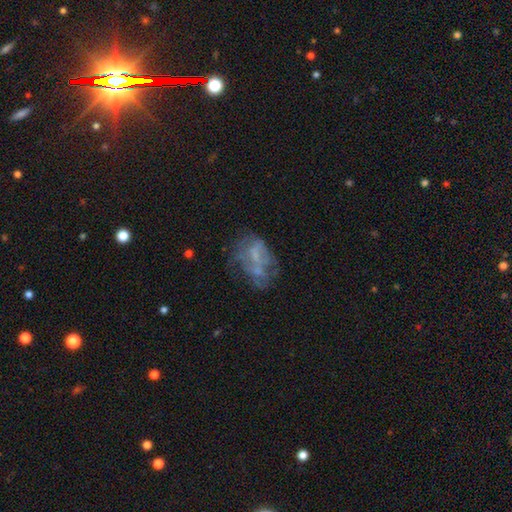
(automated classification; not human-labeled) featured or disk 56%, smooth 29%, star or artifact 15%. Down the decision tree: edge-on disk — no (97%); bar — no (73%); spiral arms — no (80%); bulge size — none (53%); merging — none (39%).